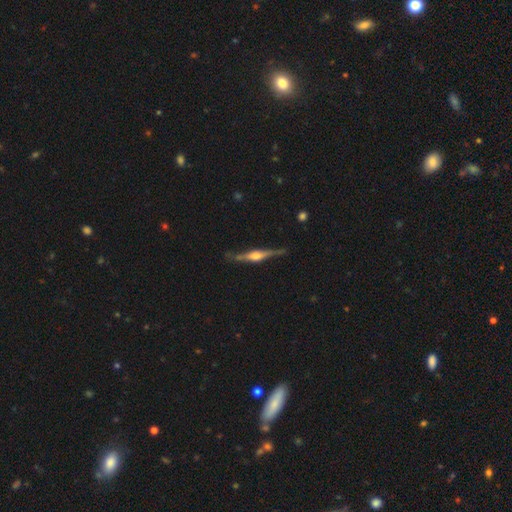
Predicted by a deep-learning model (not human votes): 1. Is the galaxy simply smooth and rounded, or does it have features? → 80% featured or disk, 15% smooth, 5% star or artifact.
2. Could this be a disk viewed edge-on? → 97% yes, 3% no.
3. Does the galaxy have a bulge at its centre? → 80% rounded, 16% boxy, 3% none.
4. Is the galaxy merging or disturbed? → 80% none, 15% minor disturbance, 3% major disturbance, 2% merger.